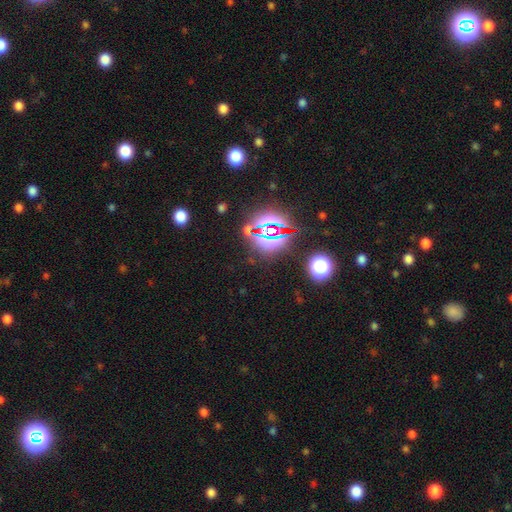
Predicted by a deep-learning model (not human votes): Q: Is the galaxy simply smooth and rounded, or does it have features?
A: star or artifact — 83%.